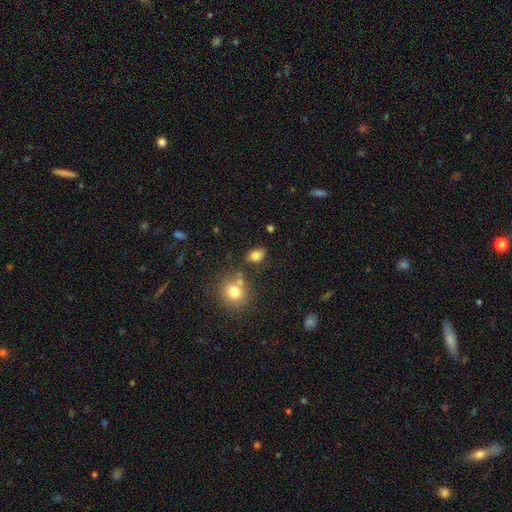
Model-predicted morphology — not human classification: Smooth or featured?
  - smooth: 80% *
  - star or artifact: 11%
  - featured or disk: 8%
How rounded?
  - in between: 78% *
  - round: 20%
  - cigar-shaped: 2%
Merging?
  - none: 73% *
  - minor disturbance: 16%
  - merger: 7%
  - major disturbance: 4%